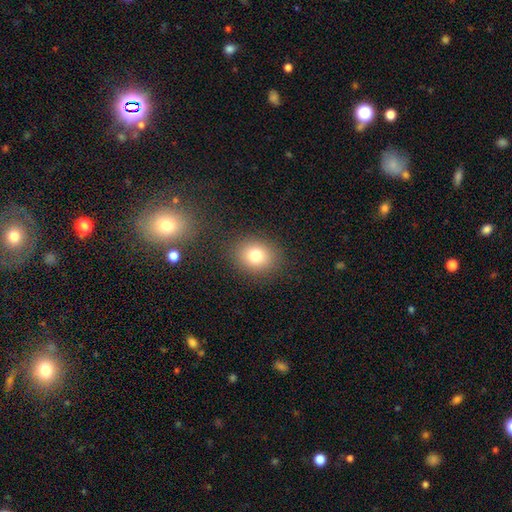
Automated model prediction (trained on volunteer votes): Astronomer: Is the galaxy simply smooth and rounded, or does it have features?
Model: smooth — 79%.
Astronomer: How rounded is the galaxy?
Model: round — 65%.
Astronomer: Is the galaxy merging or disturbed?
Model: none — 85%.